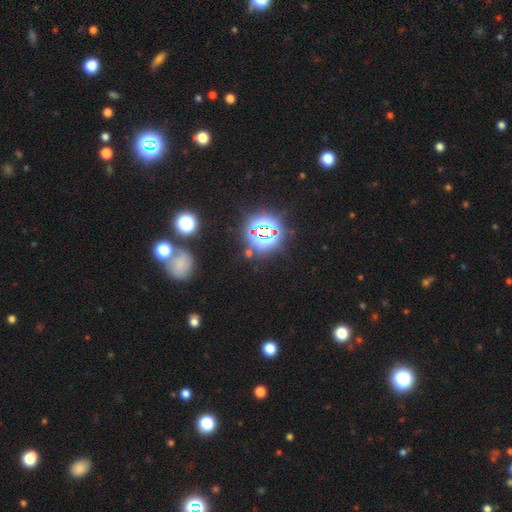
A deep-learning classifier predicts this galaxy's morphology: The model was most divided on "smooth or featured": star or artifact: 76%, smooth: 17%, featured or disk: 7%.